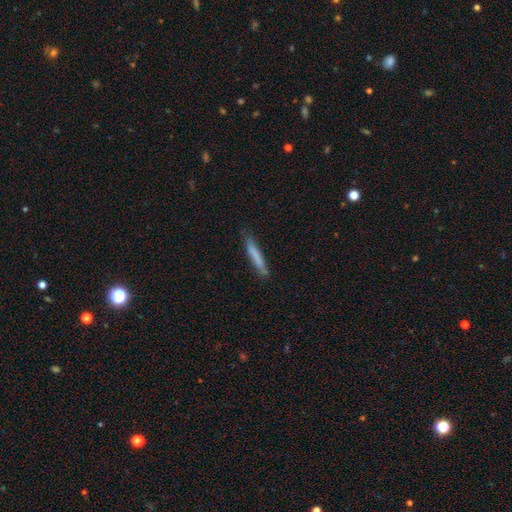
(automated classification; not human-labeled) Smooth or featured?
  - smooth: 72% *
  - featured or disk: 21%
  - star or artifact: 6%
How rounded?
  - cigar-shaped: 94% *
  - in between: 4%
  - round: 1%
Merging?
  - none: 80% *
  - minor disturbance: 16%
  - major disturbance: 3%
  - merger: 2%